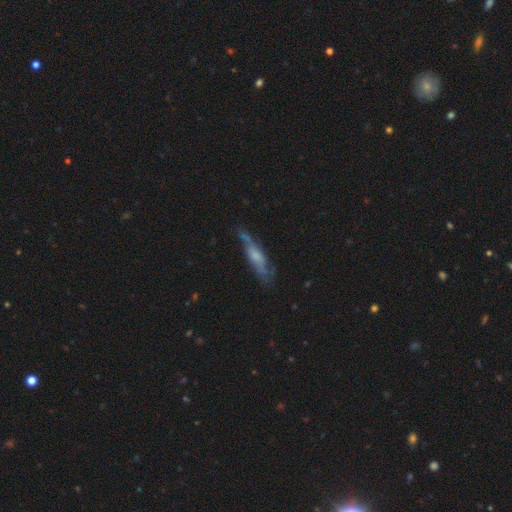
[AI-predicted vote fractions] This appears to be a featured or disk galaxy (53%) viewed edge-on (59%). Merging: none (54%).